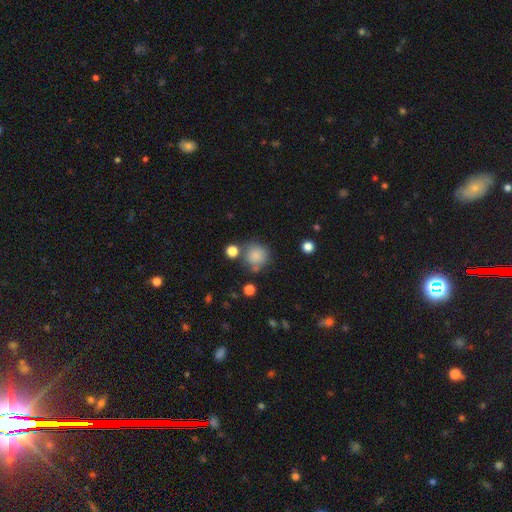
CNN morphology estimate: type=smooth (83%); roundness=round (90%); merging=none (66%).